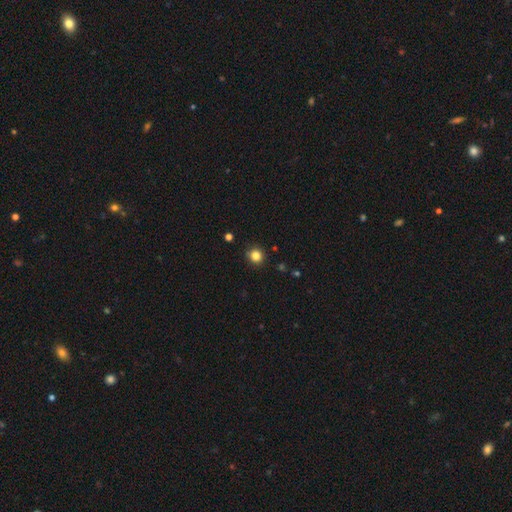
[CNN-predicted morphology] Smooth or featured? Predicted: smooth (p=0.83). How rounded? Predicted: round (p=0.90). Merging? Predicted: none (p=0.89).